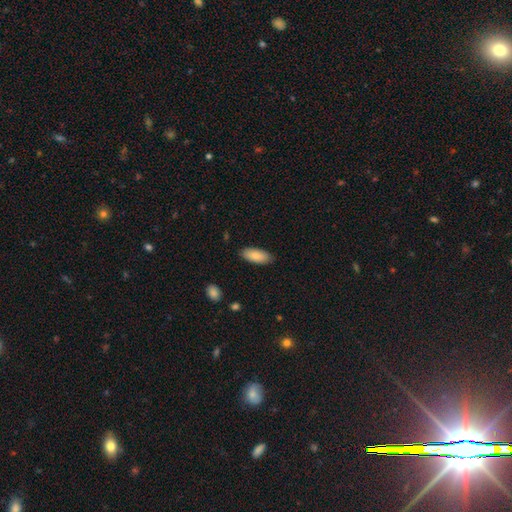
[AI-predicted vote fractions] smooth 85%, featured or disk 10%, star or artifact 6%. Down the decision tree: how rounded — in between (86%); merging — none (86%).